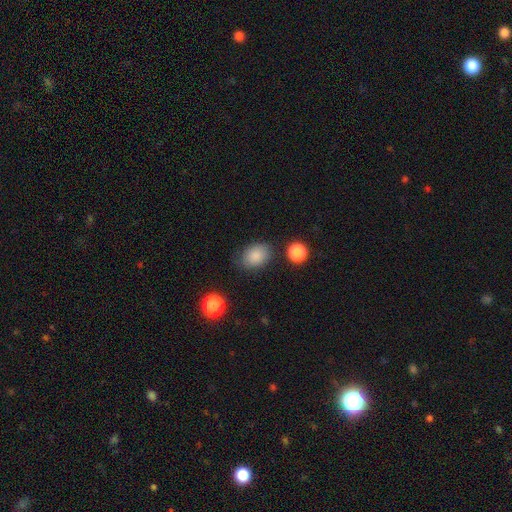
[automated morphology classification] A smooth galaxy with no disk features (86%) that is in between round and cigar-shaped (73%).

Vote fractions:
- Smooth or featured? smooth: 86% / star or artifact: 9% / featured or disk: 5%
- How rounded? in between: 73% / round: 26% / cigar-shaped: 1%
- Merging? none: 77% / minor disturbance: 15% / major disturbance: 4% / merger: 3%